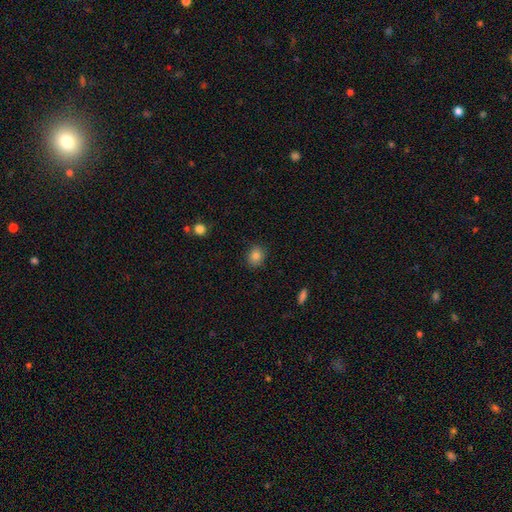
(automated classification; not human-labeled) The model was most divided on "how rounded": round: 62%, in between: 37%, cigar-shaped: 1%. More confident: merging — none (88%); smooth or featured — smooth (84%).